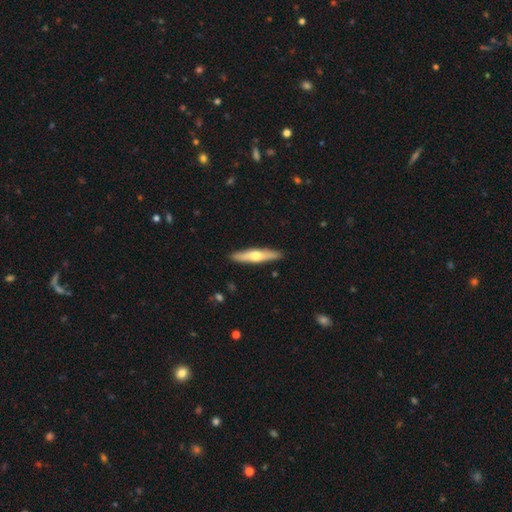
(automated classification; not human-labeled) Overall: featured or disk (52%; smooth 43%). Edge-on disk: yes (93%). Merging: none (91%).